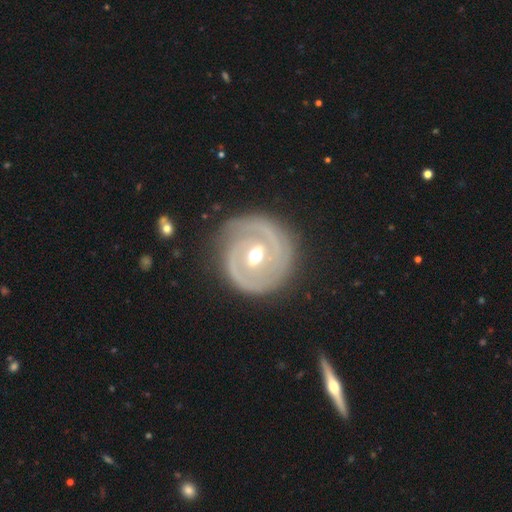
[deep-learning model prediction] A featured or disk galaxy (85%) with a weak bar (49%), 2 (63%) tight (64%) spiral arms (87%) and a moderate central bulge (75%). Merging: none (78%).